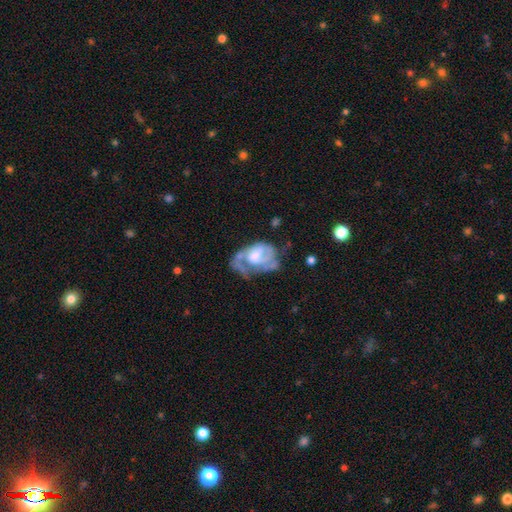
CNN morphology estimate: Smooth or featured?
  - featured or disk: 72% *
  - smooth: 22%
  - star or artifact: 7%
Edge-on disk?
  - no: 97% *
  - yes: 3%
Bar?
  - no: 63% *
  - weak: 30%
  - strong: 7%
Spiral arms?
  - yes: 74% *
  - no: 26%
Spiral winding?
  - tight: 40% *
  - medium: 39%
  - loose: 21%
Spiral arm count?
  - 2: 35% *
  - can't tell: 27%
  - 1: 27%
  - 3: 6%
  - 4: 2%
  - more than 4: 2%
Bulge size?
  - moderate: 43% *
  - large: 23%
  - small: 20%
  - none: 11%
  - dominant: 2%
Merging?
  - major disturbance: 38% *
  - none: 31%
  - minor disturbance: 25%
  - merger: 6%